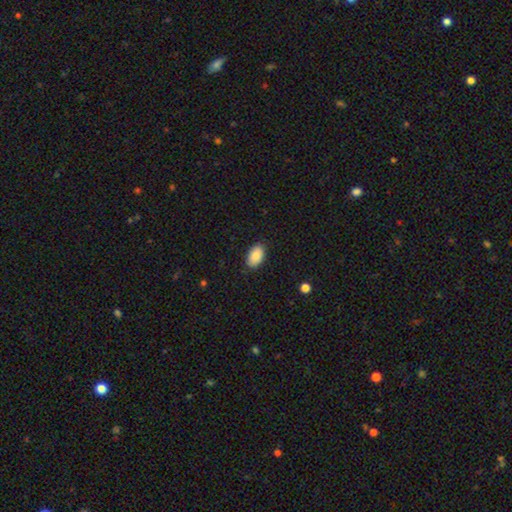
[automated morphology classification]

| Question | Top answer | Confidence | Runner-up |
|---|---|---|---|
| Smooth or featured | smooth | 88% | star or artifact (7%) |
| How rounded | in between | 94% | round (5%) |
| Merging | none | 87% | minor disturbance (10%) |